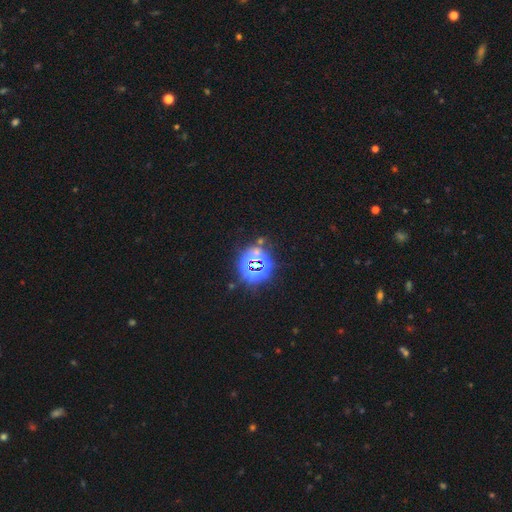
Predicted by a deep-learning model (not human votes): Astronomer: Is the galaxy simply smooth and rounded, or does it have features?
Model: star or artifact — 75%.